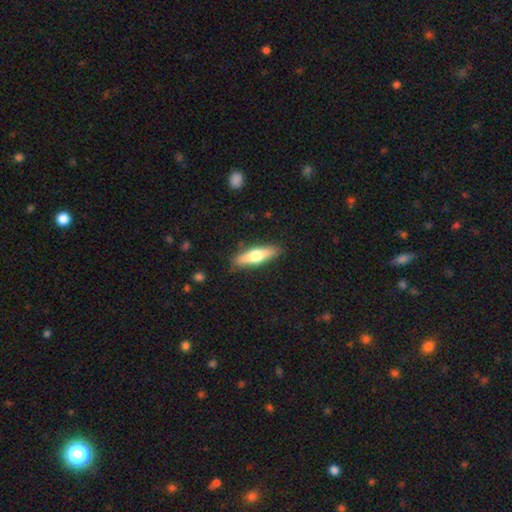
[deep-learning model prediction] Overall: smooth (53%; featured or disk 42%). How rounded: cigar-shaped (66%; in between 32%). Merging: none (87%).